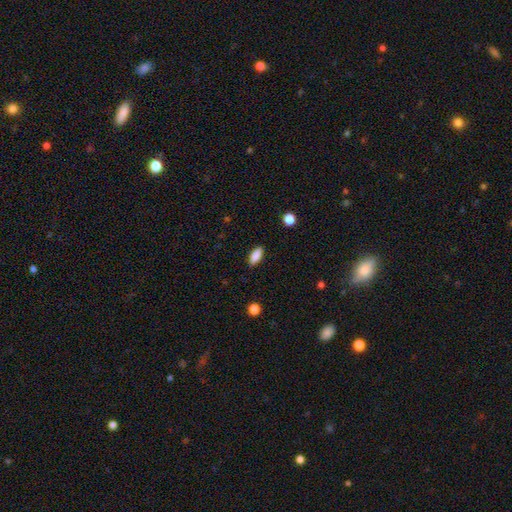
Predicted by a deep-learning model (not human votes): Morphology: type=smooth (87%); roundness=in between (79%); merging=none (88%).